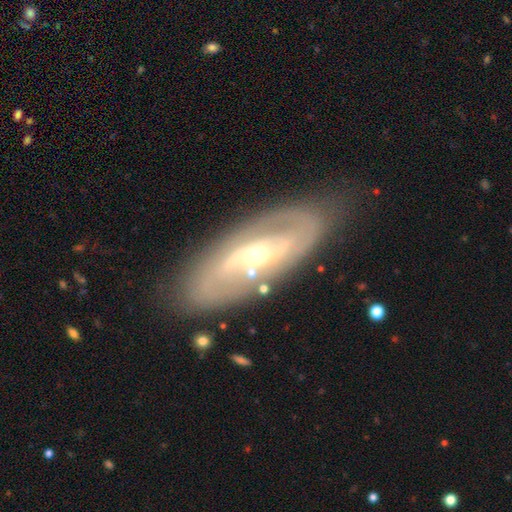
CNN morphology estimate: Smooth or featured? featured or disk (81%)
Edge-on disk? no (90%)
Bar? no (41%)
Spiral arms? yes (81%)
Spiral winding? medium (42%)
Spiral arm count? 2 (76%)
Bulge size? small (51%)
Merging? none (80%)